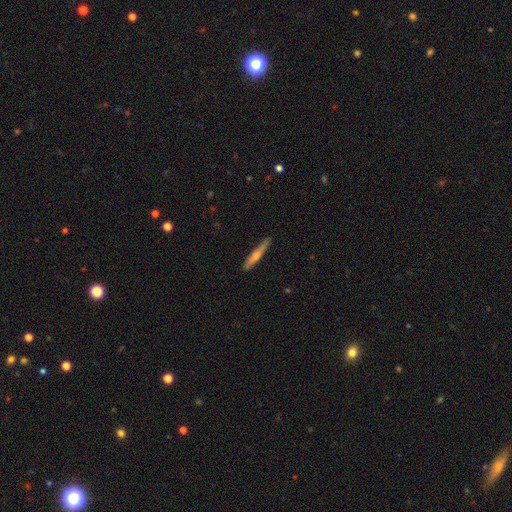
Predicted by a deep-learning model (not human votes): A featured or disk galaxy (50%). Merging: none (88%).